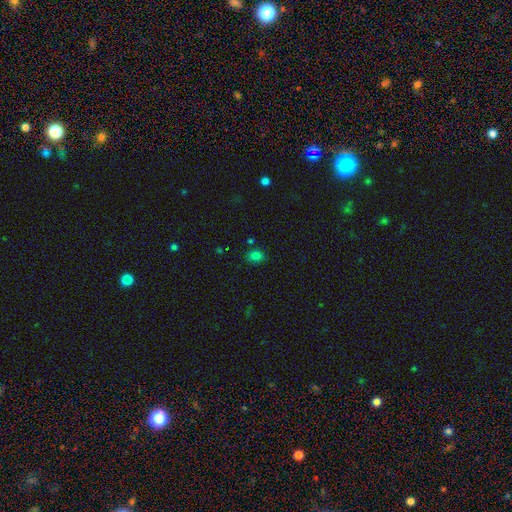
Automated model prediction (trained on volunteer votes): Smooth or featured? smooth (77%)
How rounded? in between (60%)
Merging? none (78%)